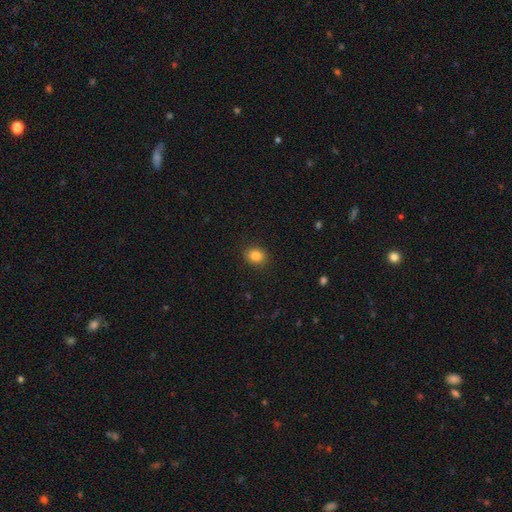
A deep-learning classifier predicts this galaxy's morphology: type=smooth (85%); roundness=round (64%); merging=none (90%).